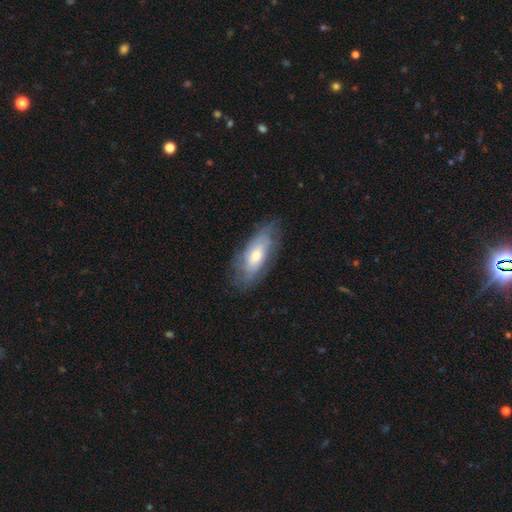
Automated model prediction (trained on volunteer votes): A smooth galaxy with no disk features (48%).

Vote fractions:
- Smooth or featured? smooth: 48% / featured or disk: 45% / star or artifact: 7%
- Merging? none: 71% / minor disturbance: 21% / major disturbance: 7% / merger: 1%